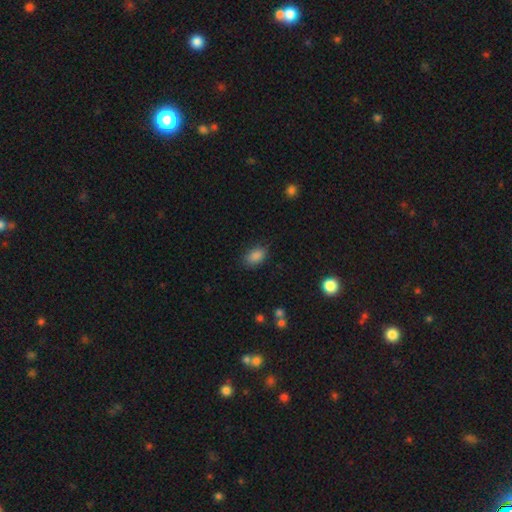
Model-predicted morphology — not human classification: The model was most divided on "merging": none: 82%, minor disturbance: 13%, major disturbance: 3%, merger: 1%. More confident: how rounded — in between (88%); smooth or featured — smooth (87%).